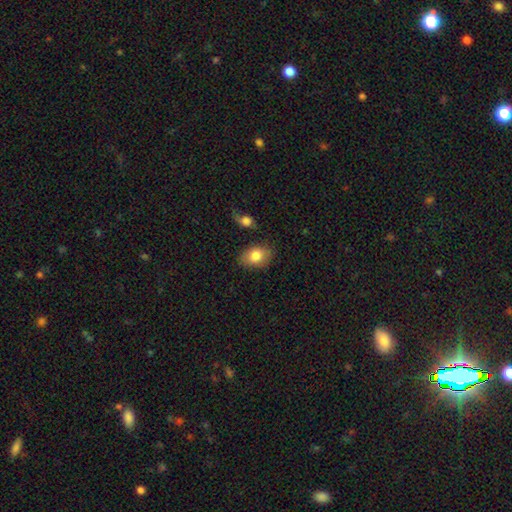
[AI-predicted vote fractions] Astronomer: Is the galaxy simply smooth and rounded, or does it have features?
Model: smooth — 80%.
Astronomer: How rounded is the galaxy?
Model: in between — 82%.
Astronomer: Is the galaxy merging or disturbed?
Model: none — 78%.